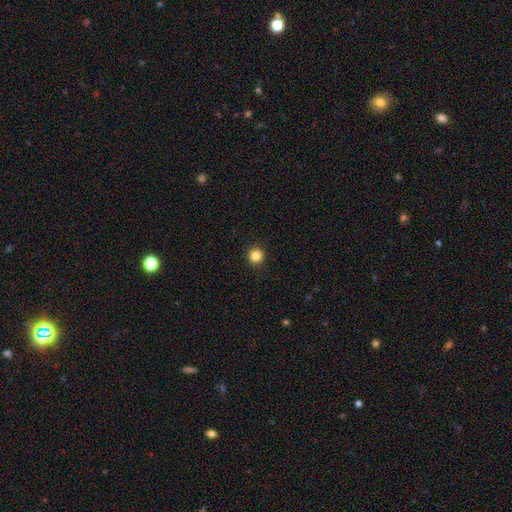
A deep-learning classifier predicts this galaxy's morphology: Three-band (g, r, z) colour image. It shows a smooth galaxy with no disk features (84%) that is round (95%). Merging: none (93%).